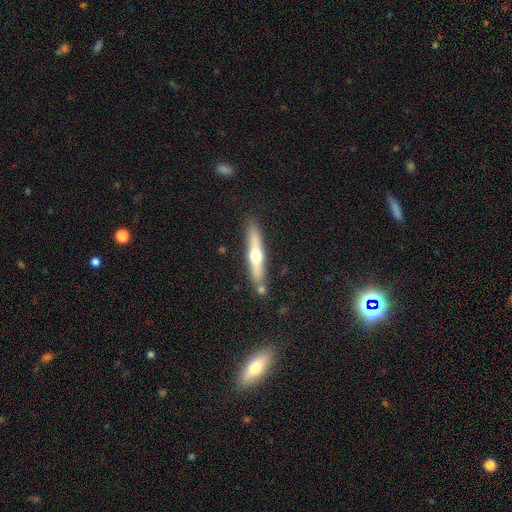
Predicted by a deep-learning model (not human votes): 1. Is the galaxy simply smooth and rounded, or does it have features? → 53% featured or disk, 41% smooth, 6% star or artifact.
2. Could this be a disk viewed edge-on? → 91% yes, 9% no.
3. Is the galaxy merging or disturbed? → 79% none, 11% minor disturbance, 7% merger, 3% major disturbance.